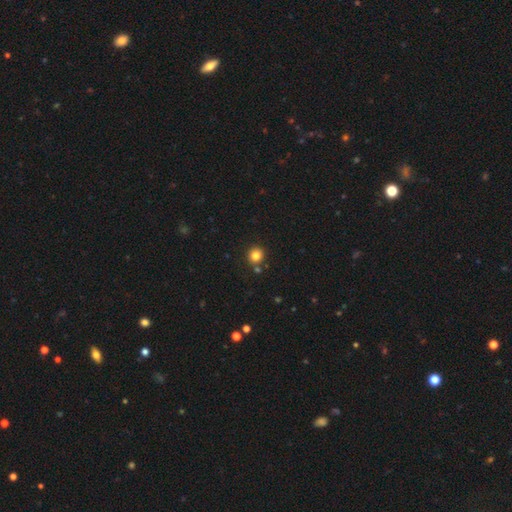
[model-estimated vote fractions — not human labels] smooth 83%, star or artifact 12%, featured or disk 5%. Down the decision tree: how rounded — round (91%); merging — none (85%).